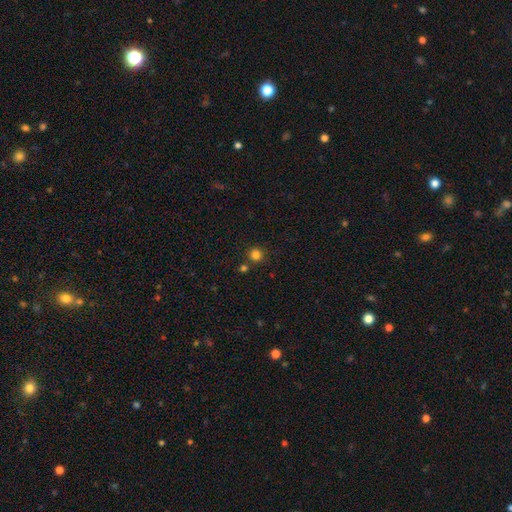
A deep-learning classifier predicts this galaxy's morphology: smooth 81%, star or artifact 14%, featured or disk 4%. Down the decision tree: how rounded — round (95%); merging — none (83%).